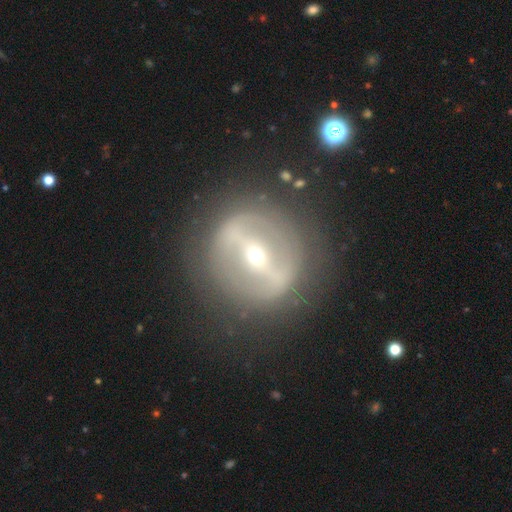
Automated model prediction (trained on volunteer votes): Smooth or featured?
  - featured or disk: 81% *
  - smooth: 12%
  - star or artifact: 7%
Edge-on disk?
  - no: 88% *
  - yes: 12%
Bar?
  - strong: 77% *
  - weak: 14%
  - no: 8%
Spiral arms?
  - no: 69% *
  - yes: 31%
Bulge size?
  - small: 66% *
  - moderate: 30%
  - large: 1%
  - dominant: 1%
  - none: 1%
Merging?
  - none: 83% *
  - minor disturbance: 10%
  - major disturbance: 6%
  - merger: 2%